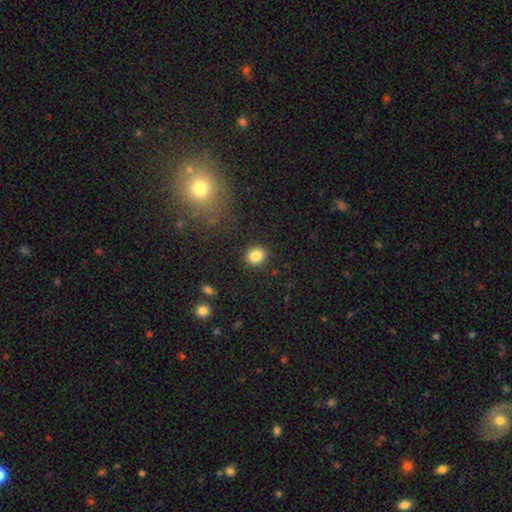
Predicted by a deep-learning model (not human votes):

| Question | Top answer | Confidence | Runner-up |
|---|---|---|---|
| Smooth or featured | smooth | 85% | star or artifact (10%) |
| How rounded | round | 68% | in between (31%) |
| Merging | none | 90% | minor disturbance (7%) |